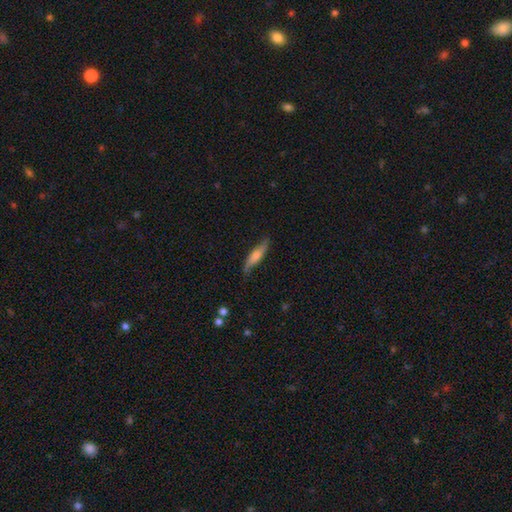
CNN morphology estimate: Q: Smooth or featured?
A: featured or disk (50%); runner-up: smooth (43%)
Q: Edge-on disk?
A: yes (62%); runner-up: no (38%)
Q: Merging?
A: none (75%); runner-up: minor disturbance (19%)